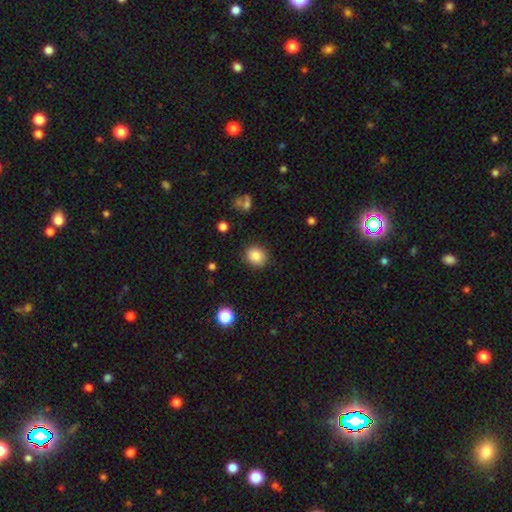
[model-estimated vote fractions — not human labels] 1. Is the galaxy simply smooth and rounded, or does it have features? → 86% smooth, 10% star or artifact, 4% featured or disk.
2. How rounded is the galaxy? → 75% round, 24% in between, 1% cigar-shaped.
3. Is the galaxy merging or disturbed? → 88% none, 8% minor disturbance, 3% major disturbance, 1% merger.